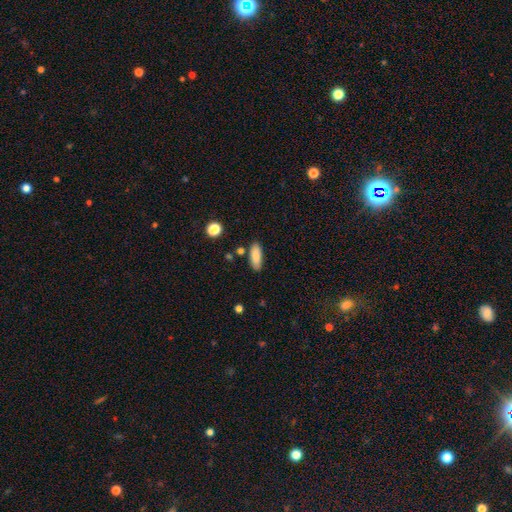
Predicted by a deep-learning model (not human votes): Smooth or featured?
  - smooth: 83% *
  - featured or disk: 10%
  - star or artifact: 7%
How rounded?
  - in between: 75% *
  - cigar-shaped: 22%
  - round: 2%
Merging?
  - none: 81% *
  - minor disturbance: 12%
  - merger: 4%
  - major disturbance: 3%